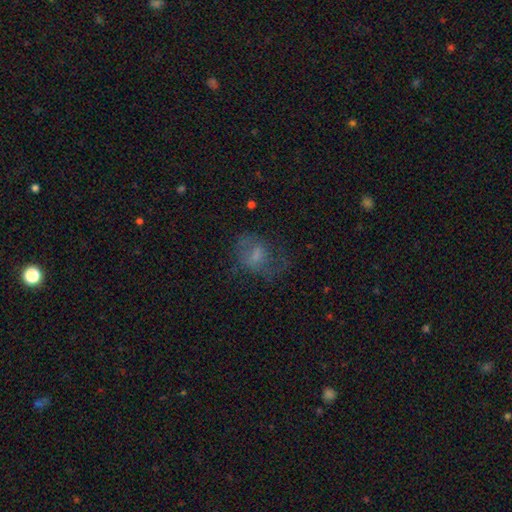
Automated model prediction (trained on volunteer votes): Morphology: type=smooth (48%); merging=none (48%).